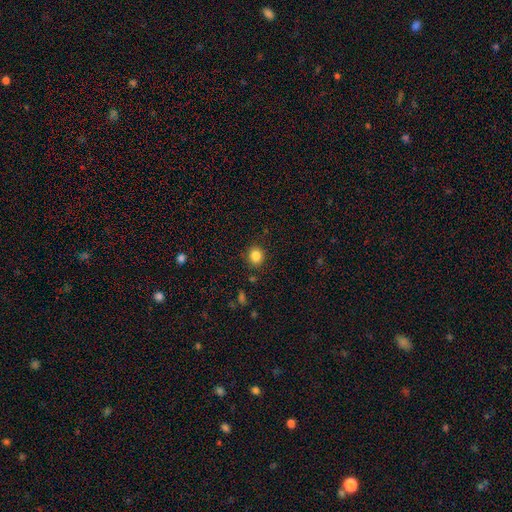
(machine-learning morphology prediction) Smooth or featured? Predicted: smooth (p=0.85). How rounded? Predicted: round (p=0.80). Merging? Predicted: none (p=0.88).